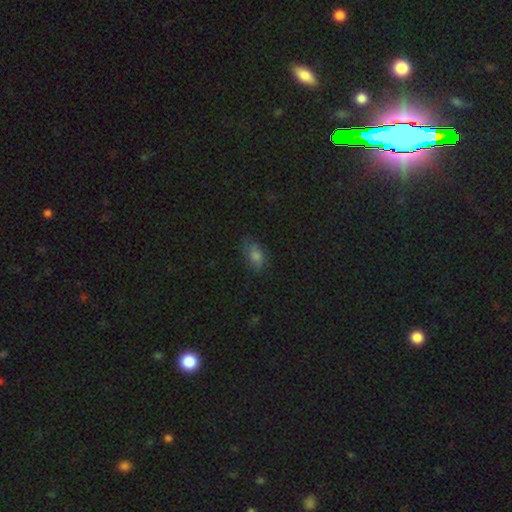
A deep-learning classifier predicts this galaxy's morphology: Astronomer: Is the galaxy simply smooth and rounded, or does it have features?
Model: smooth — 69%.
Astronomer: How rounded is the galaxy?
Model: in between — 86%.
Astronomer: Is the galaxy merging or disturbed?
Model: none — 67%.